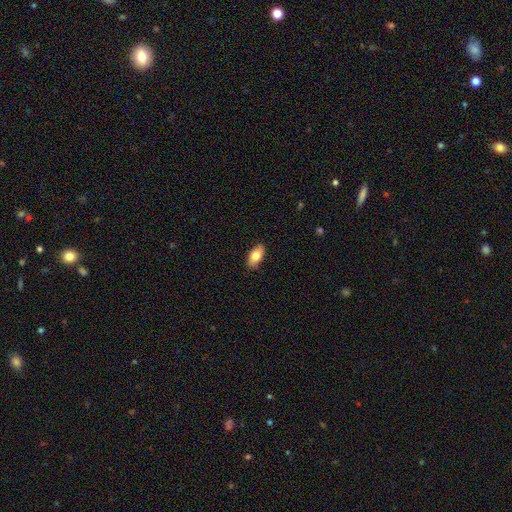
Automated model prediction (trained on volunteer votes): The model was most divided on "smooth or featured": smooth: 78%, featured or disk: 15%, star or artifact: 7%. More confident: how rounded — in between (91%); merging — none (83%).